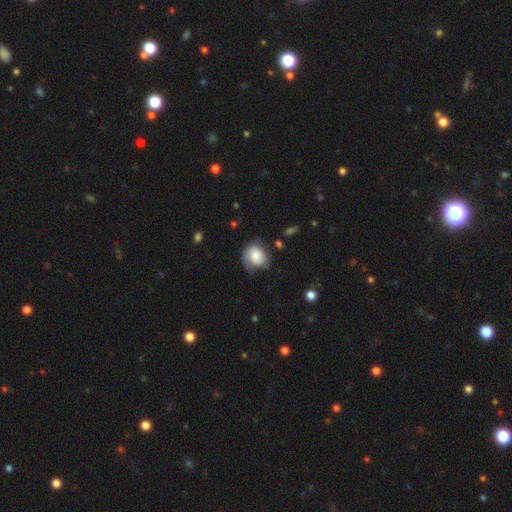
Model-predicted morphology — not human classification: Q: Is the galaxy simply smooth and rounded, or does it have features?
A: smooth — 66%.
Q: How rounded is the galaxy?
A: round — 71%.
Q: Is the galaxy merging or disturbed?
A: none — 50%.